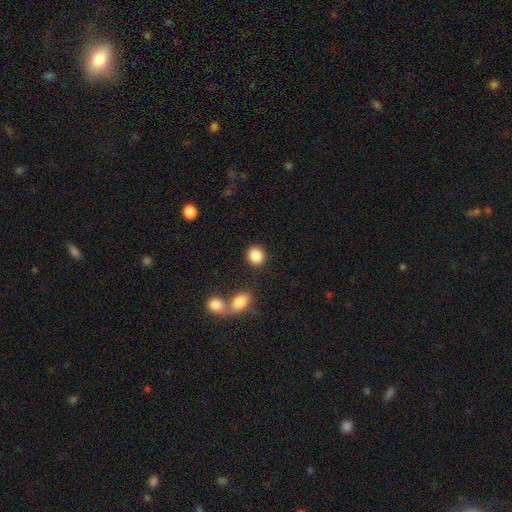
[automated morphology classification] Smooth or featured? smooth (88%)
How rounded? round (62%)
Merging? none (80%)